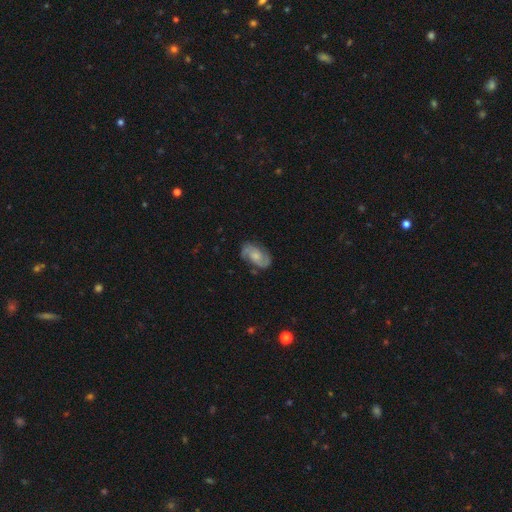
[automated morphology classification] smooth_or_featured: featured or disk (p=0.70) [alt: smooth p=0.23]
disk_edge_on: no (p=0.96) [alt: yes p=0.04]
bar: no (p=0.64) [alt: weak p=0.31]
has_spiral_arms: yes (p=0.92) [alt: no p=0.08]
spiral_winding: medium (p=0.48) [alt: loose p=0.27]
spiral_arm_count: 2 (p=0.83) [alt: can't tell p=0.08]
bulge_size: moderate (p=0.41) [alt: small p=0.34]
merging: none (p=0.74) [alt: minor disturbance p=0.18]